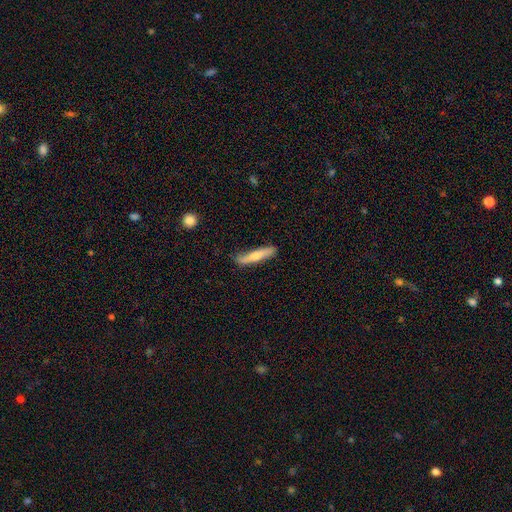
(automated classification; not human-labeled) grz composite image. It shows a smooth galaxy with no disk features (61%) that is cigar-shaped (87%). Merging: none (77%).